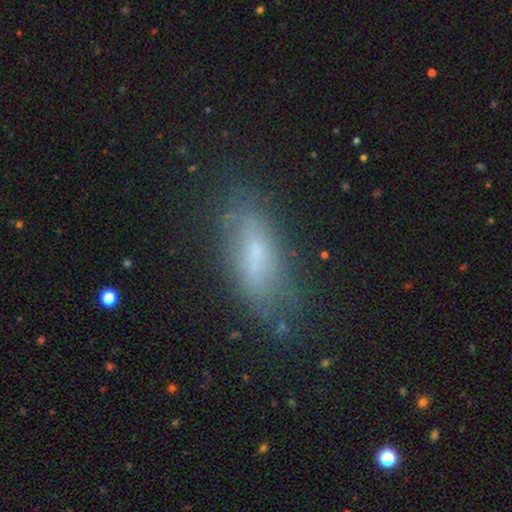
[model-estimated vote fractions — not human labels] This is possibly a smooth galaxy (58%). How rounded: likely in between (60%). Merging: likely none (68%).